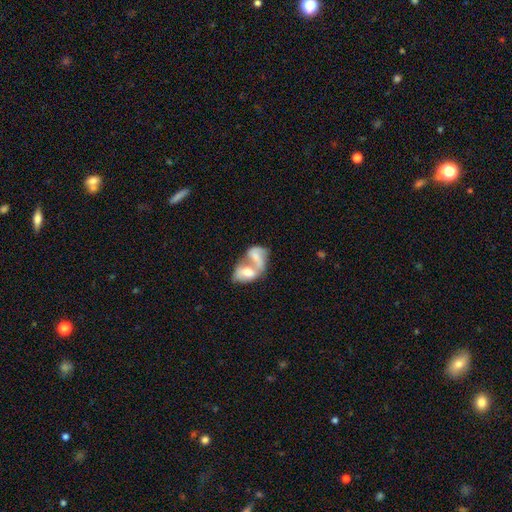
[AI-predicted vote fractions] This is possibly a smooth galaxy (49%). Merging: clearly merger (82%).